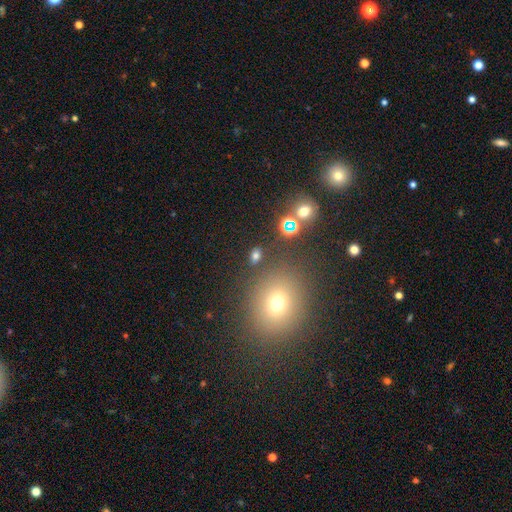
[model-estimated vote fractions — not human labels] Smooth or featured?
  - smooth: 68% *
  - star or artifact: 23%
  - featured or disk: 9%
How rounded?
  - in between: 67% *
  - round: 30%
  - cigar-shaped: 3%
Merging?
  - none: 80% *
  - minor disturbance: 10%
  - merger: 6%
  - major disturbance: 4%